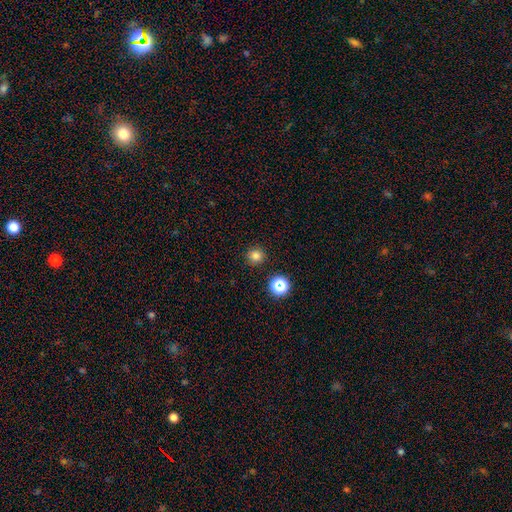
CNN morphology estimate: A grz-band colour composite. It shows a smooth galaxy with no disk features (79%) that is round (94%). Merging: none (91%).